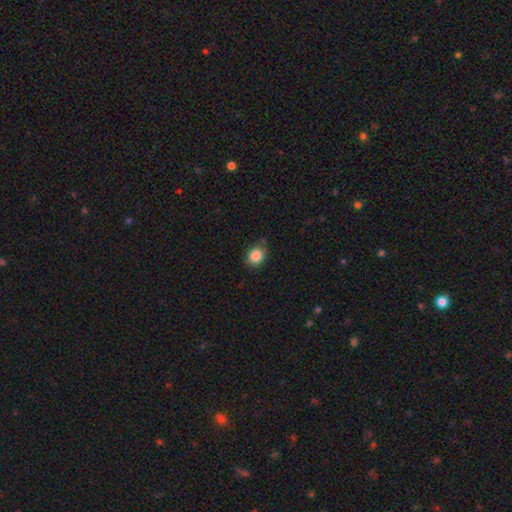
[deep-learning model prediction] Smooth or featured?
  - smooth: 86% *
  - star or artifact: 9%
  - featured or disk: 5%
How rounded?
  - round: 64% *
  - in between: 35%
  - cigar-shaped: 1%
Merging?
  - none: 71% *
  - minor disturbance: 23%
  - major disturbance: 4%
  - merger: 2%